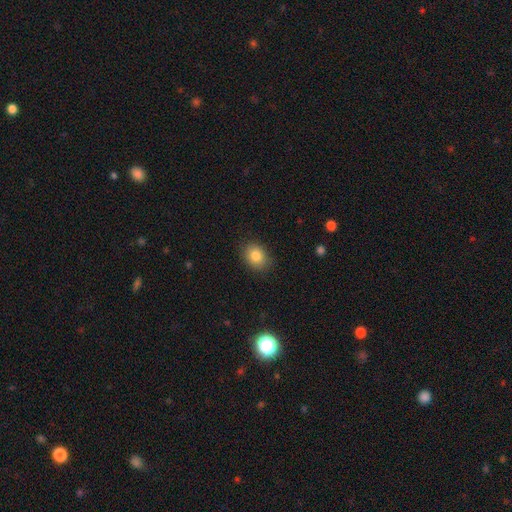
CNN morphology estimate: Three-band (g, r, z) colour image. It shows a smooth galaxy with no disk features (83%) that is in between round and cigar-shaped (57%). Merging: none (85%).